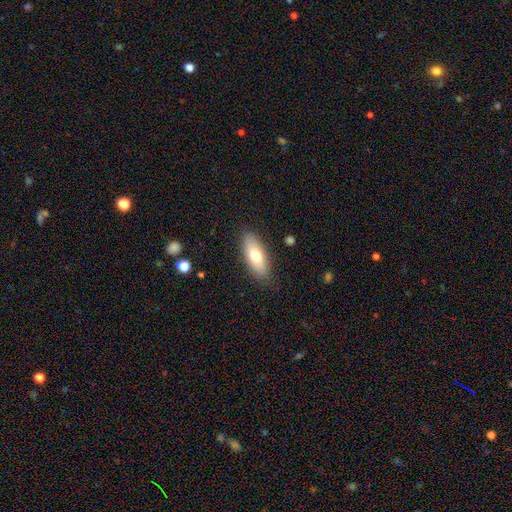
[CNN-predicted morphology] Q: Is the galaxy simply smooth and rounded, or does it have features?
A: smooth — 71%.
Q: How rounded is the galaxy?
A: in between — 77%.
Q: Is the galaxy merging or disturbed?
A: none — 86%.